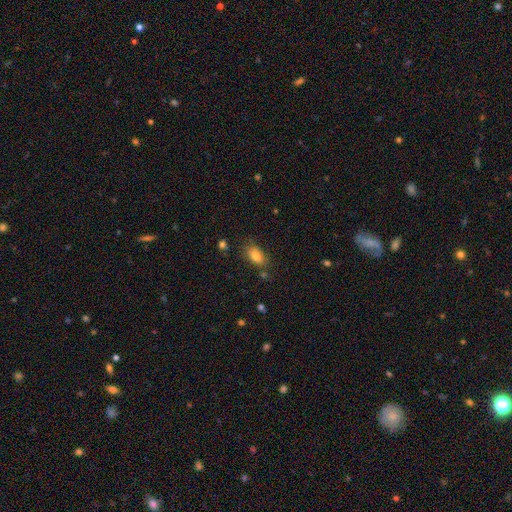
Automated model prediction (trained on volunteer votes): smooth_or_featured: smooth (p=0.82) [alt: star or artifact p=0.09]
how_rounded: in between (p=0.86) [alt: round p=0.11]
merging: none (p=0.74) [alt: minor disturbance p=0.17]